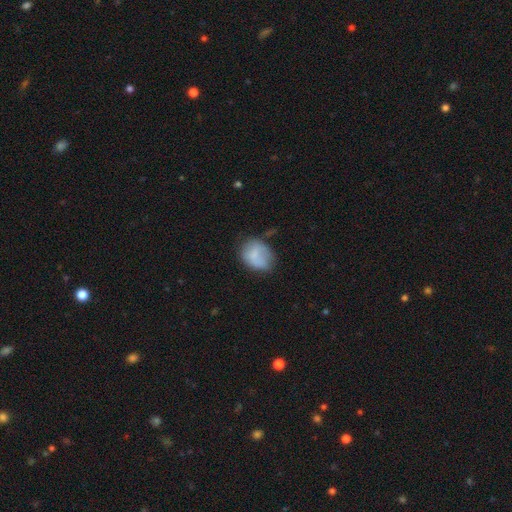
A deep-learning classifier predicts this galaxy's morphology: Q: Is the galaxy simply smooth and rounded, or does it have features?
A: smooth — 74%.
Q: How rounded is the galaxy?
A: in between — 55%.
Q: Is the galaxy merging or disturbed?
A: none — 48%.